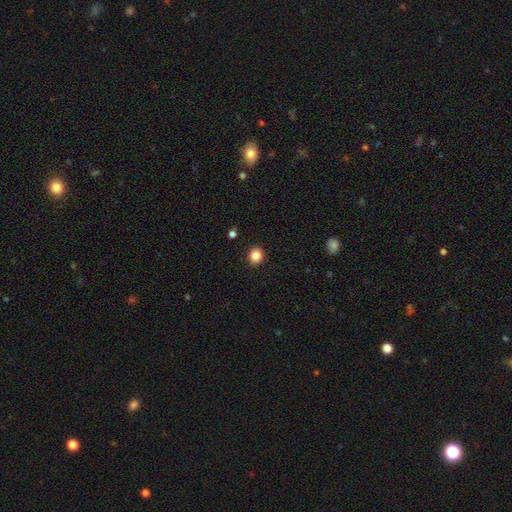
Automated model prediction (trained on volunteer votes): Smooth or featured? smooth (86%)
How rounded? round (80%)
Merging? none (92%)